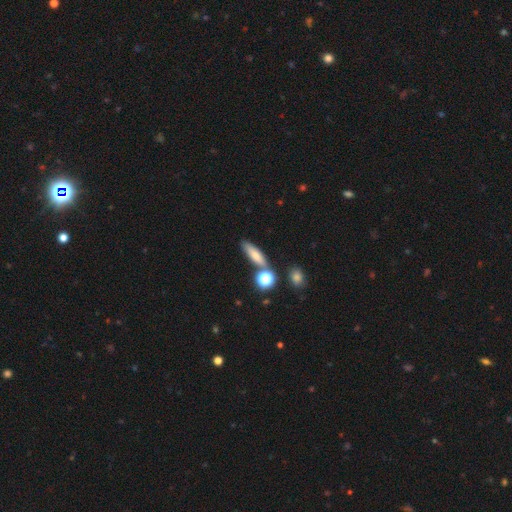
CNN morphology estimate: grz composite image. It shows a smooth galaxy with no disk features (70%) that is cigar-shaped (53%). Merging: none (72%).